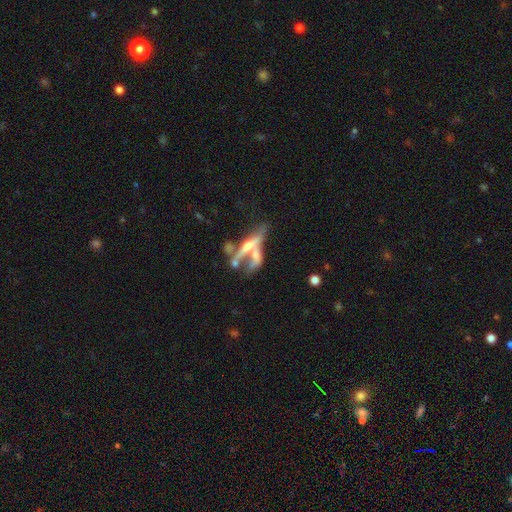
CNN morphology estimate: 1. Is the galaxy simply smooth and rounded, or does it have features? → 63% featured or disk, 27% smooth, 10% star or artifact.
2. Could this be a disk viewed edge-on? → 62% yes, 38% no.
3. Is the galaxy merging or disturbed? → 50% merger, 23% none, 16% major disturbance, 11% minor disturbance.